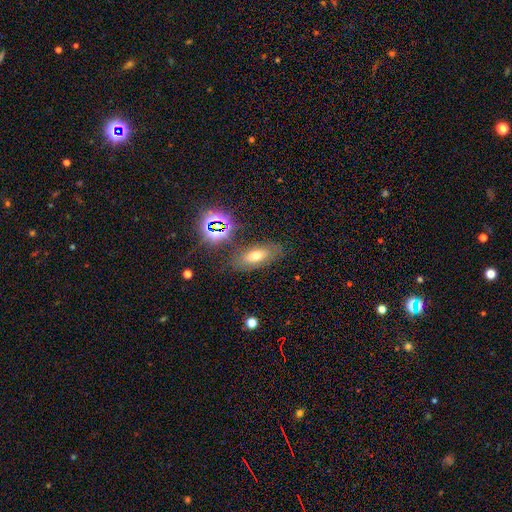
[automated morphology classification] smooth 57%, featured or disk 22%, star or artifact 21%. Down the decision tree: how rounded — in between (76%); merging — none (78%).